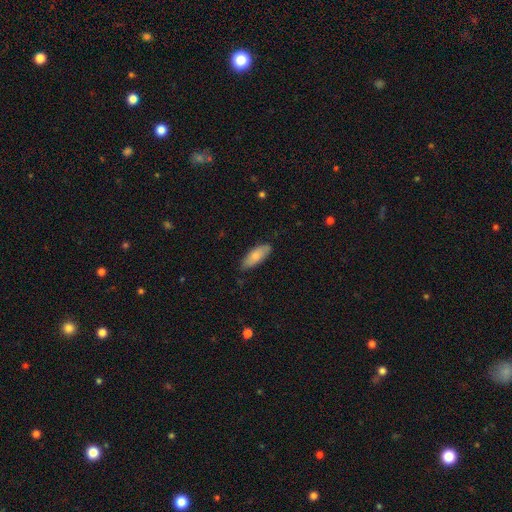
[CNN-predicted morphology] type=smooth (80%); roundness=in between (73%); merging=none (81%).